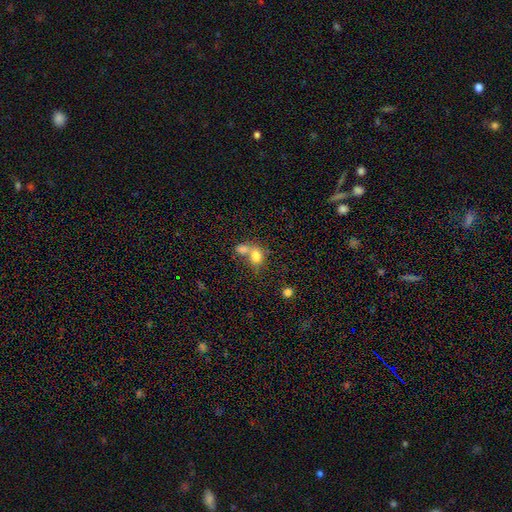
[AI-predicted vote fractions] The model was most divided on "how rounded": round: 51%, in between: 48%, cigar-shaped: 1%. More confident: smooth or featured — smooth (77%); merging — merger (60%).